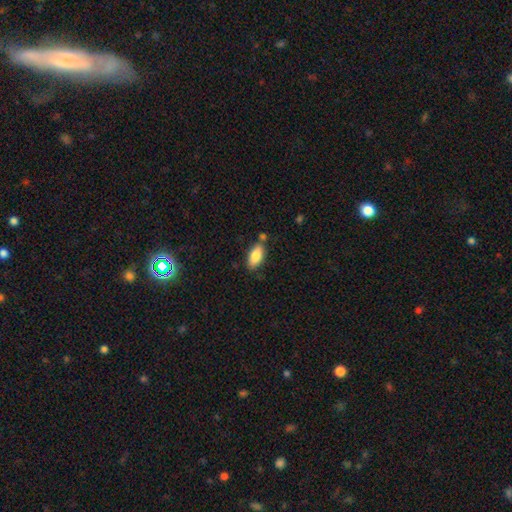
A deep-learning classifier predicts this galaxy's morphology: Smooth or featured? smooth (84%)
How rounded? in between (88%)
Merging? none (74%)